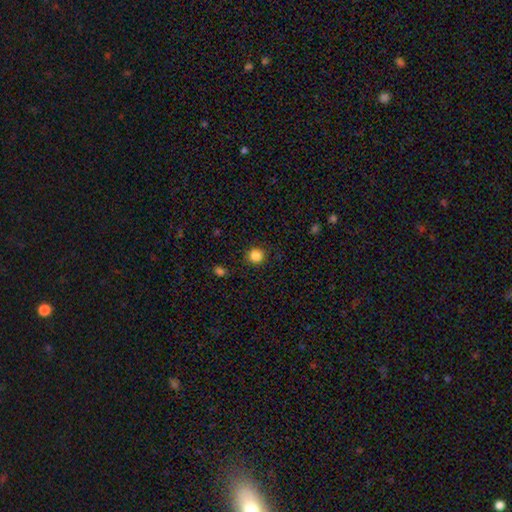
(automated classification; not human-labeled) A smooth galaxy with no disk features (86%) that is round (91%).

Vote fractions:
- Smooth or featured? smooth: 86% / star or artifact: 11% / featured or disk: 3%
- How rounded? round: 91% / in between: 8% / cigar-shaped: 1%
- Merging? none: 90% / minor disturbance: 7% / major disturbance: 2% / merger: 1%